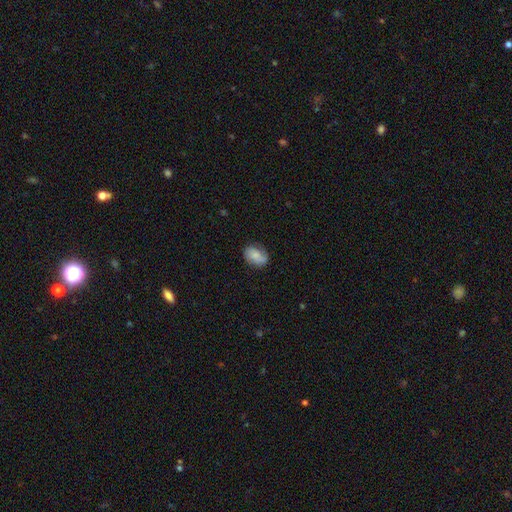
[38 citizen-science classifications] Smooth or featured: smooth — 61% (featured or disk — 37%)
How rounded: round — 52% (in between — 48%)
Merging: none — 59% (minor disturbance — 30%)